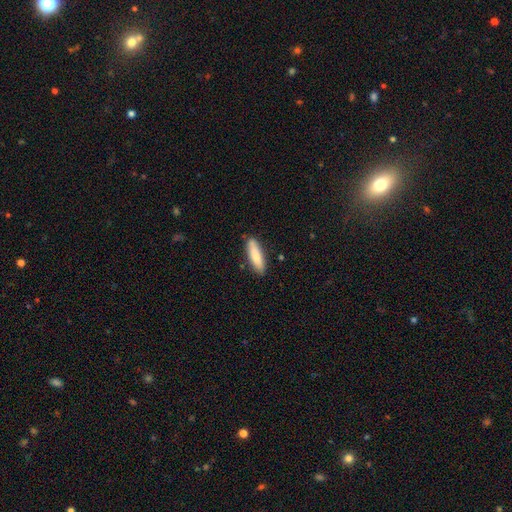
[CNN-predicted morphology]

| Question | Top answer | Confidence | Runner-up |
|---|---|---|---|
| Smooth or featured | smooth | 80% | featured or disk (14%) |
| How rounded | cigar-shaped | 58% | in between (41%) |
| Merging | none | 82% | minor disturbance (13%) |